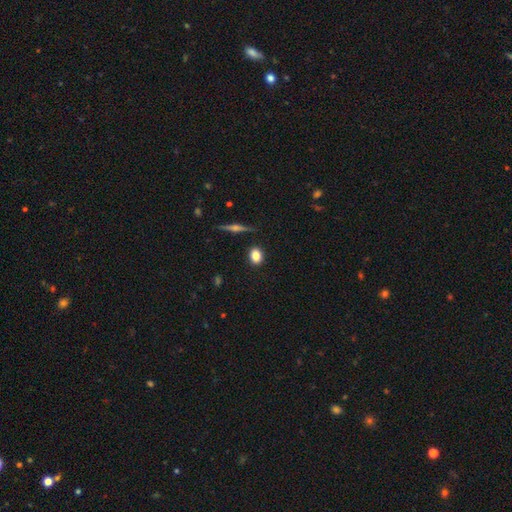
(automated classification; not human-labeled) A smooth galaxy with no disk features (82%) that is in between round and cigar-shaped (50%). Merging: none (88%).